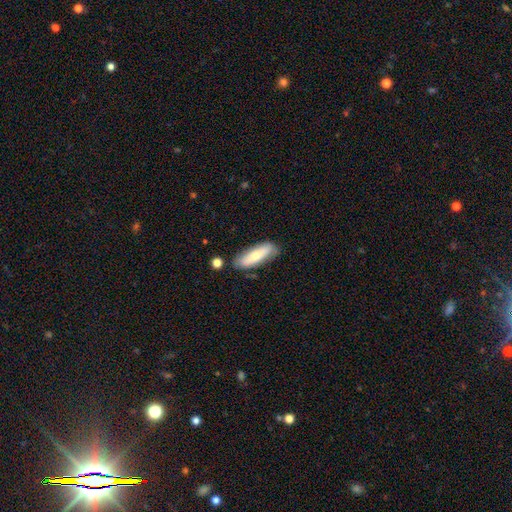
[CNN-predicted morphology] Smooth or featured: smooth — 66% (featured or disk — 28%)
How rounded: in between — 53% (cigar-shaped — 45%)
Merging: none — 76% (minor disturbance — 16%)